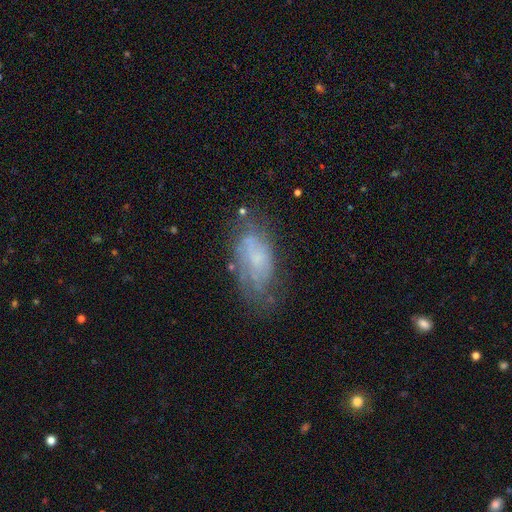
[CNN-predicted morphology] type=featured or disk (48%); merging=none (52%).